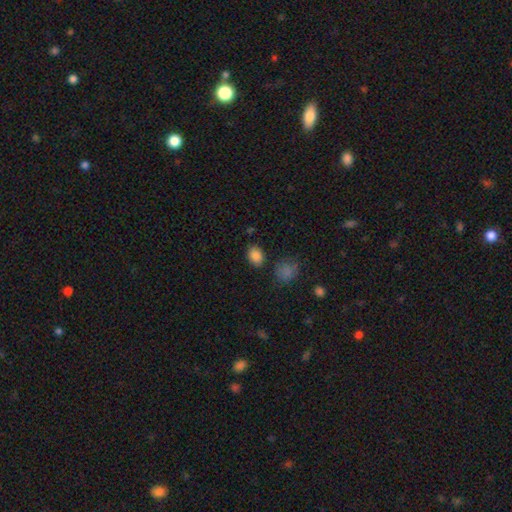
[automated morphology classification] The model was most divided on "how rounded": in between: 66%, round: 33%, cigar-shaped: 1%. More confident: smooth or featured — smooth (86%); merging — none (82%).